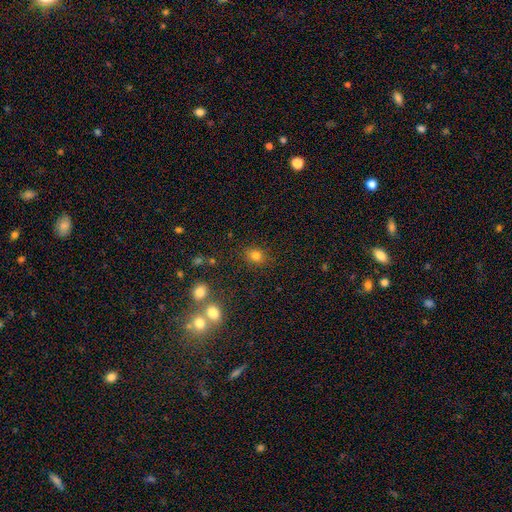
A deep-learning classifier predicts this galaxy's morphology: smooth 79%, star or artifact 15%, featured or disk 6%. Down the decision tree: how rounded — round (63%); merging — none (83%).